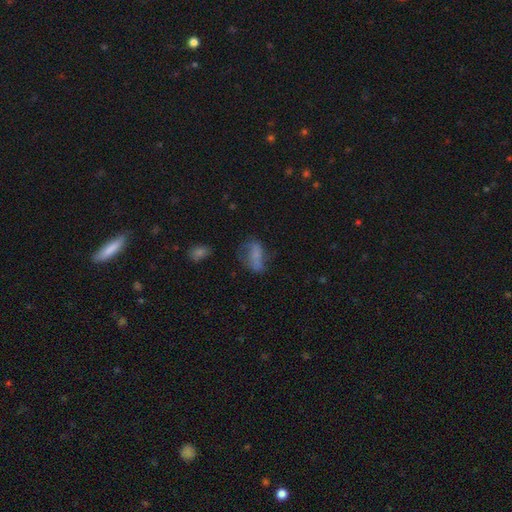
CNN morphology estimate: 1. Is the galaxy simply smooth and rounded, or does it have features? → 62% smooth, 26% featured or disk, 13% star or artifact.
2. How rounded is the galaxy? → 84% in between, 9% cigar-shaped, 7% round.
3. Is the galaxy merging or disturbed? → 39% none, 28% minor disturbance, 27% major disturbance, 5% merger.